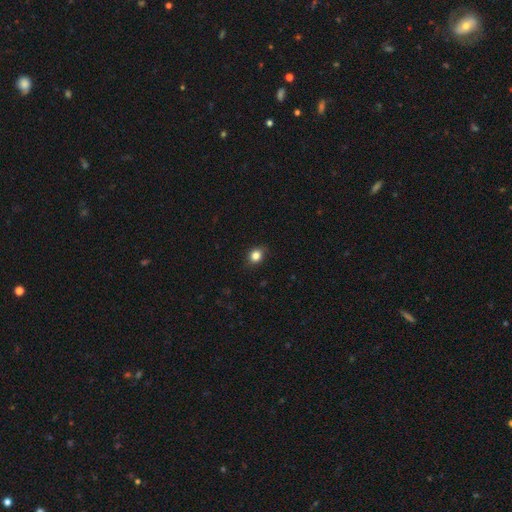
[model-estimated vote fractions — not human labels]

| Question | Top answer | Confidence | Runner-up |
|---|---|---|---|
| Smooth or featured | smooth | 83% | star or artifact (11%) |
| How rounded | round | 68% | in between (31%) |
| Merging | none | 84% | minor disturbance (13%) |